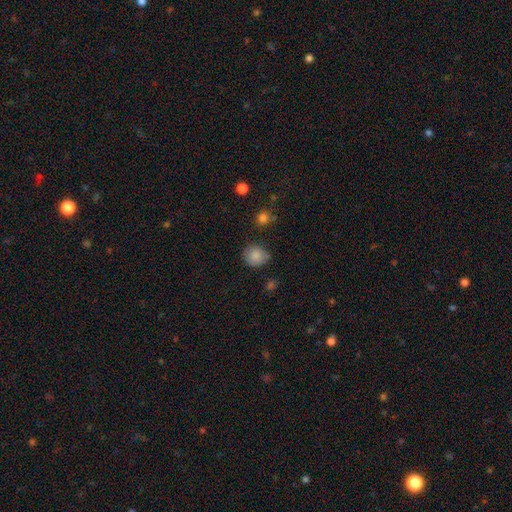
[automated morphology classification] This appears to be a smooth galaxy with no disk features (84%) that is round (82%). Merging: none (72%).